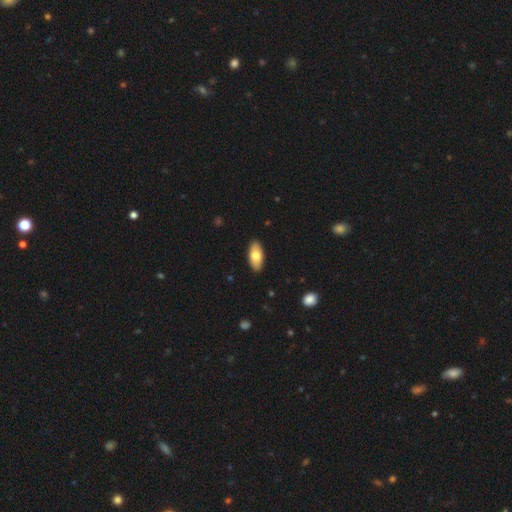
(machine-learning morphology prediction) Q: Smooth or featured?
A: smooth (76%); runner-up: featured or disk (18%)
Q: How rounded?
A: in between (90%); runner-up: cigar-shaped (8%)
Q: Merging?
A: none (90%); runner-up: minor disturbance (8%)